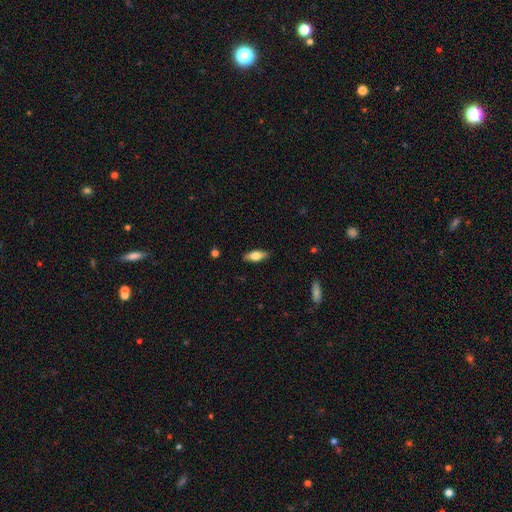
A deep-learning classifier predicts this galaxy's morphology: Smooth or featured?
  - smooth: 68% *
  - featured or disk: 26%
  - star or artifact: 6%
How rounded?
  - in between: 72% *
  - cigar-shaped: 26%
  - round: 3%
Merging?
  - none: 87% *
  - minor disturbance: 10%
  - major disturbance: 2%
  - merger: 1%